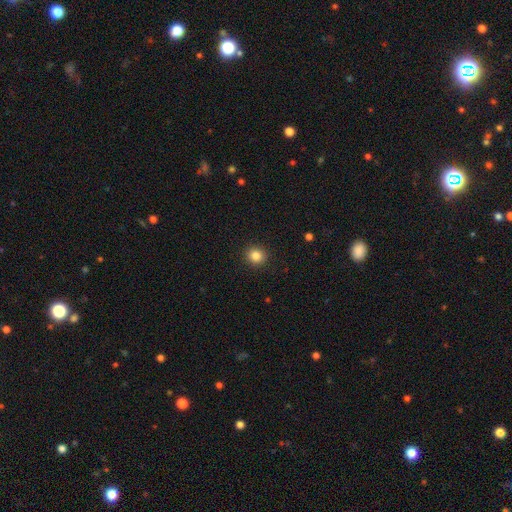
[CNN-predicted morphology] This appears to be a smooth galaxy with no disk features (85%) that is round (89%). Merging: none (92%).